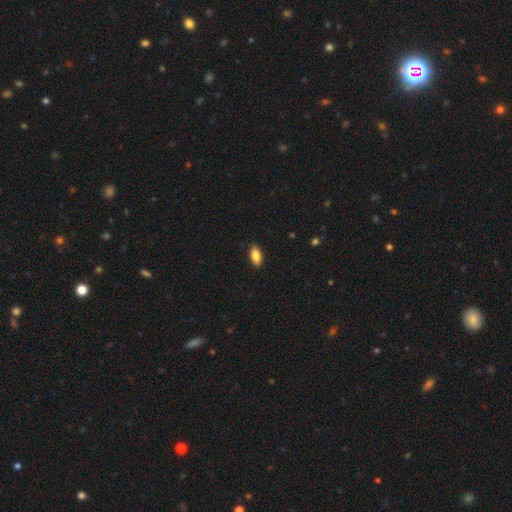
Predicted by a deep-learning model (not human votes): A smooth galaxy with no disk features (85%) that is in between round and cigar-shaped (90%). Merging: none (90%).